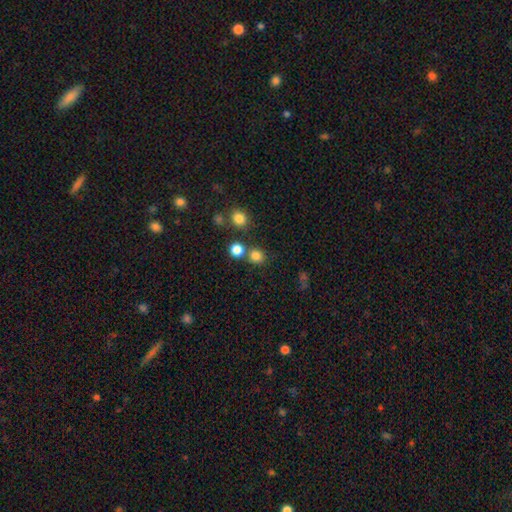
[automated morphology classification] Smooth or featured? Predicted: smooth (p=0.81). How rounded? Predicted: round (p=0.87). Merging? Predicted: none (p=0.72).